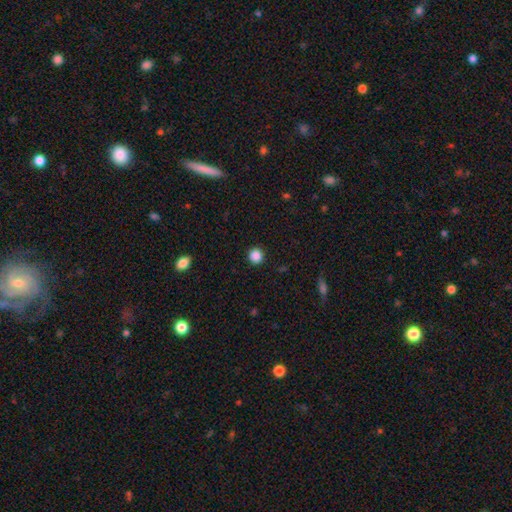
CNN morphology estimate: Q: Smooth or featured?
A: smooth (87%); runner-up: star or artifact (10%)
Q: How rounded?
A: round (93%); runner-up: in between (6%)
Q: Merging?
A: none (92%); runner-up: minor disturbance (5%)